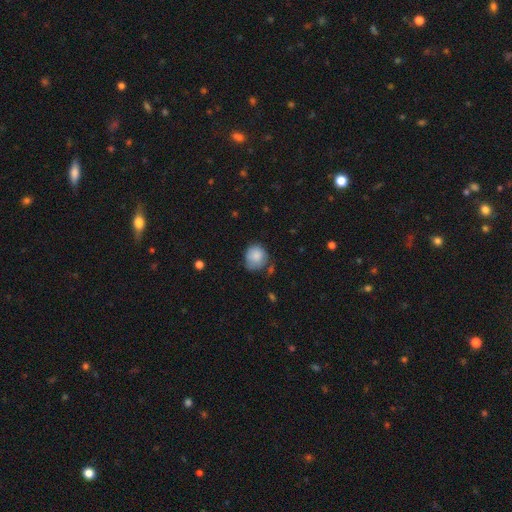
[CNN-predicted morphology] The model was most divided on "merging": none: 57%, minor disturbance: 31%, major disturbance: 8%, merger: 5%. More confident: smooth or featured — smooth (83%); how rounded — round (82%).